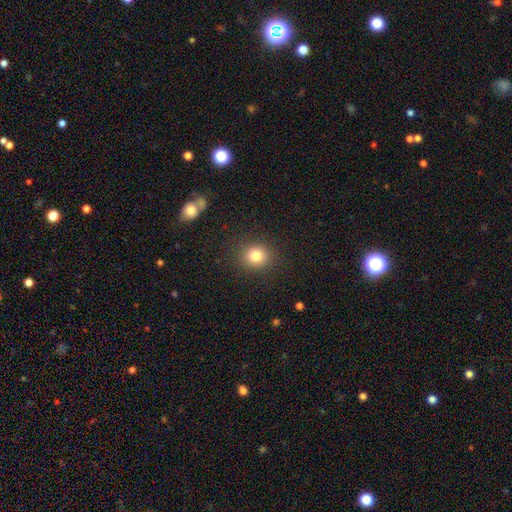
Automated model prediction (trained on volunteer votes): Morphology: type=smooth (81%); roundness=round (82%); merging=none (88%).